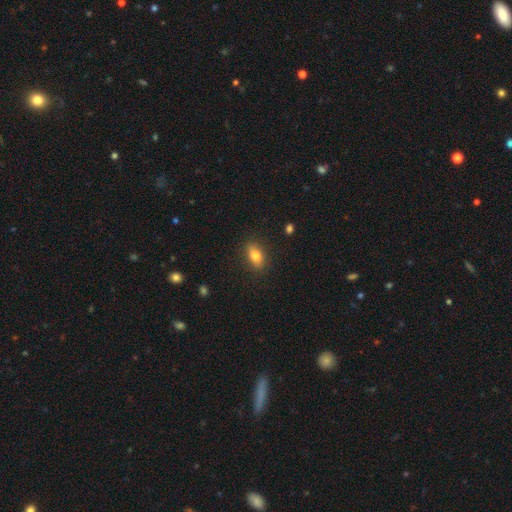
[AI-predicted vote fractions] This is likely a smooth galaxy (78%). How rounded: clearly in between (82%). Merging: clearly none (85%).